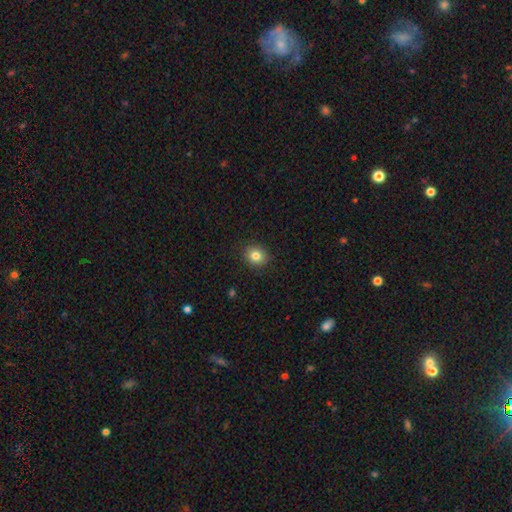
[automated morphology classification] Smooth or featured?
  - smooth: 82% *
  - star or artifact: 11%
  - featured or disk: 7%
How rounded?
  - round: 74% *
  - in between: 25%
  - cigar-shaped: 1%
Merging?
  - none: 90% *
  - minor disturbance: 7%
  - major disturbance: 2%
  - merger: 1%